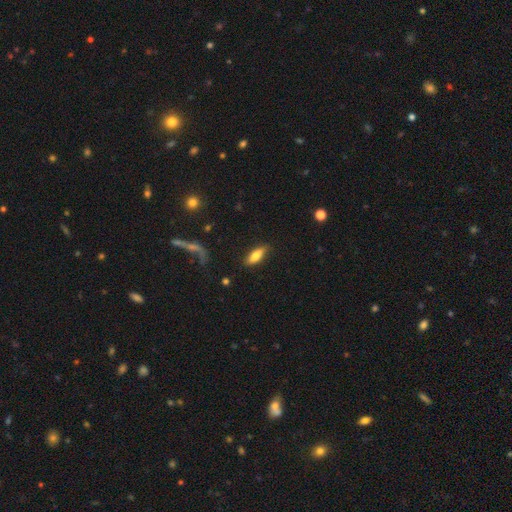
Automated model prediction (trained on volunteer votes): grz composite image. It shows a smooth galaxy with no disk features (71%) that is in between round and cigar-shaped (59%). Merging: none (81%).